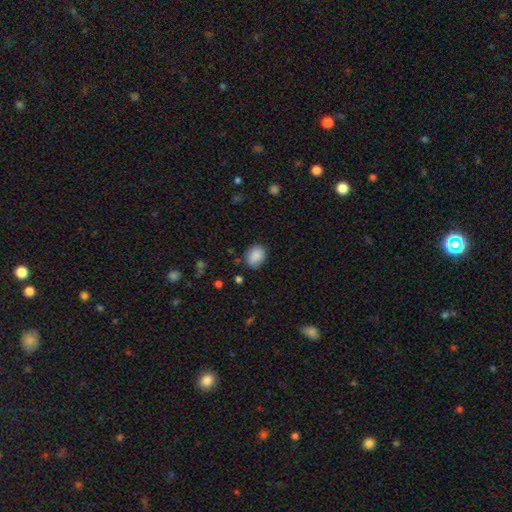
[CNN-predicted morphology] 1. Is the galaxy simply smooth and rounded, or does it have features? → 88% smooth, 7% star or artifact, 4% featured or disk.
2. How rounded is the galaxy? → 58% in between, 41% round, 1% cigar-shaped.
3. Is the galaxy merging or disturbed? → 80% none, 15% minor disturbance, 3% major disturbance, 2% merger.